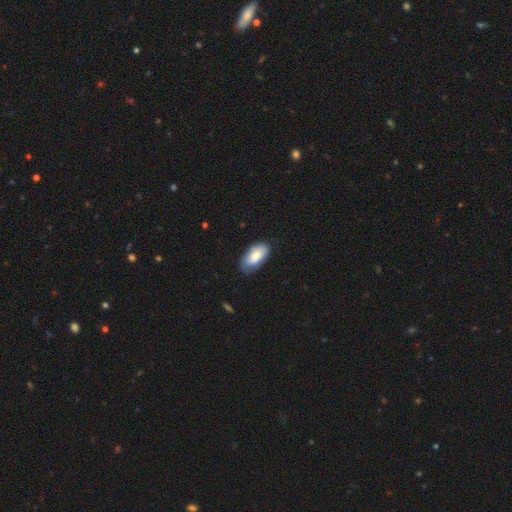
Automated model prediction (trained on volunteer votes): Smooth or featured?
  - smooth: 75% *
  - featured or disk: 19%
  - star or artifact: 6%
How rounded?
  - in between: 94% *
  - cigar-shaped: 3%
  - round: 3%
Merging?
  - none: 69% *
  - minor disturbance: 25%
  - major disturbance: 5%
  - merger: 1%